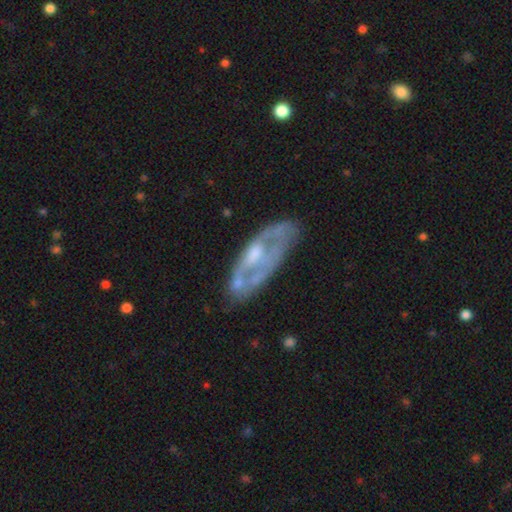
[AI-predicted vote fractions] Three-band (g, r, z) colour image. It shows a featured or disk galaxy (69%) with no bar (72%), no spiral arms (65%) and a moderate central bulge (48%). Merging: none (57%).